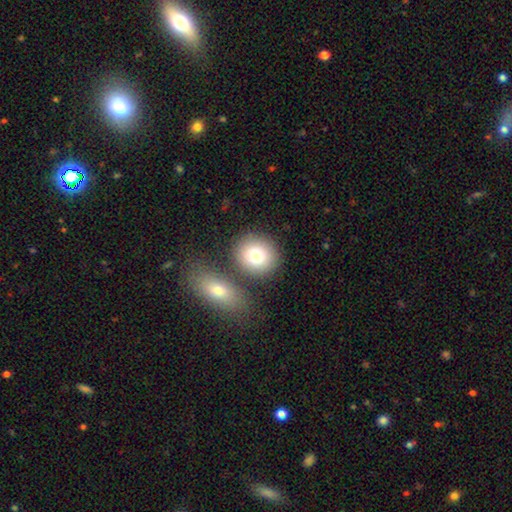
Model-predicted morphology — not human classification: A smooth galaxy with no disk features (78%) that is round (80%). Merging: none (72%).